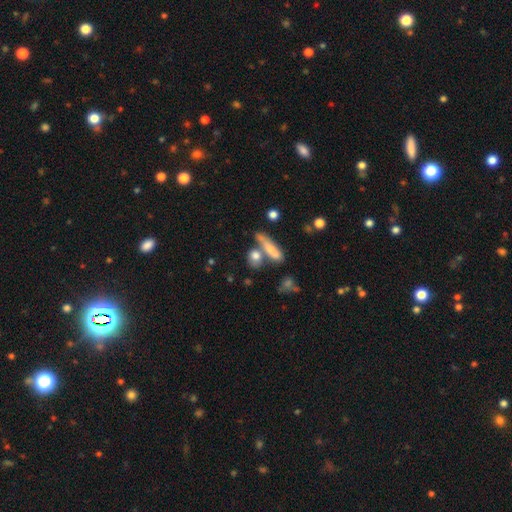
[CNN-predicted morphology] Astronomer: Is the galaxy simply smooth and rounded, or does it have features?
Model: smooth — 72%.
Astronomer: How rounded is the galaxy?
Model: in between — 40% (runner-up: cigar-shaped, 32%).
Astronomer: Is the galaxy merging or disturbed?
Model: none — 48% (runner-up: merger, 31%).